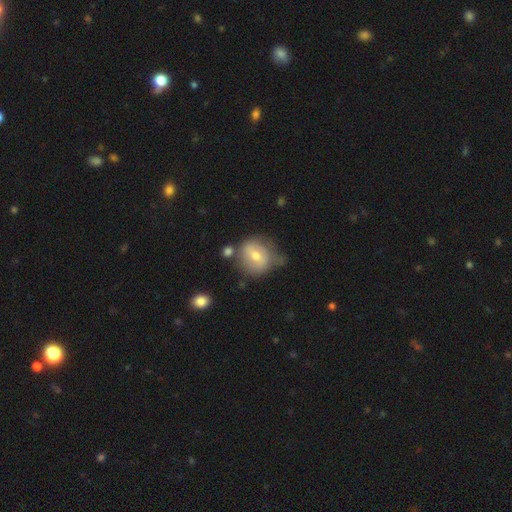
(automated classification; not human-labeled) This appears to be a smooth galaxy with no disk features (60%) that is round (75%). Merging: none (47%).